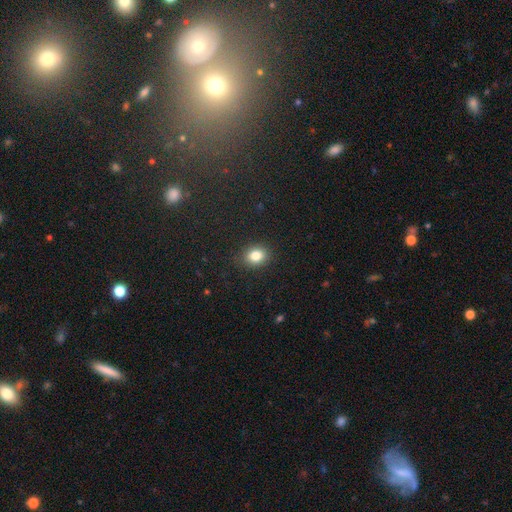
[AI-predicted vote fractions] smooth-or-featured: smooth: 82% | star or artifact: 11% | featured or disk: 7%
  how-rounded: round: 53% | in between: 46% | cigar-shaped: 1%
  merging: none: 88% | minor disturbance: 9% | major disturbance: 2% | merger: 1%